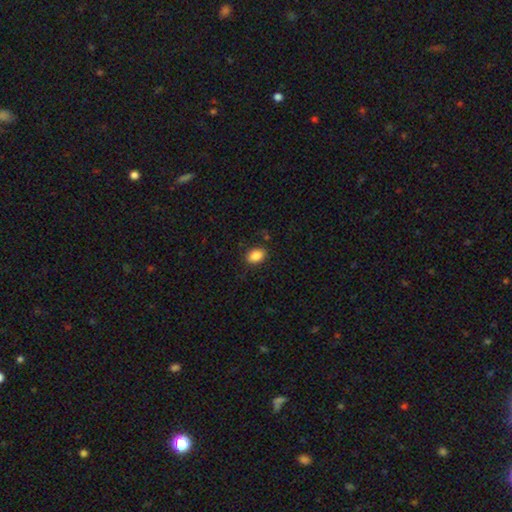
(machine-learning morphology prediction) A smooth galaxy with no disk features (87%) that is in between round and cigar-shaped (83%). Merging: none (85%).